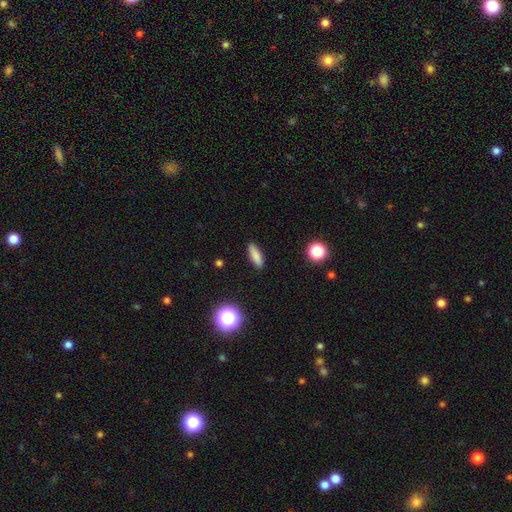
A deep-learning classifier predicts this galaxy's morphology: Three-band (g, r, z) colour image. It shows a smooth galaxy with no disk features (83%) that is in between round and cigar-shaped (51%). Merging: none (89%).